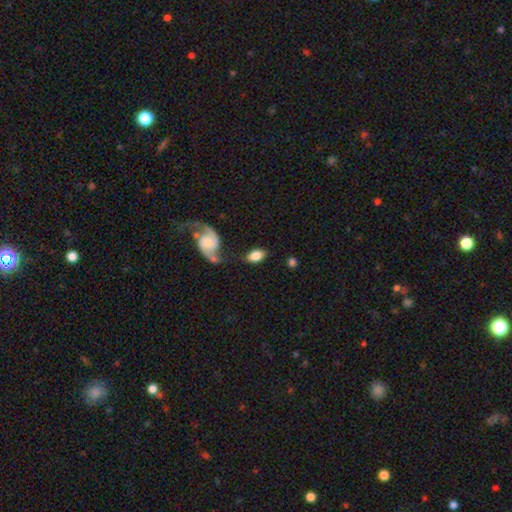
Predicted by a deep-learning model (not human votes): Smooth or featured? Predicted: smooth (p=0.73). How rounded? Predicted: in between (p=0.91). Merging? Predicted: none (p=0.63).